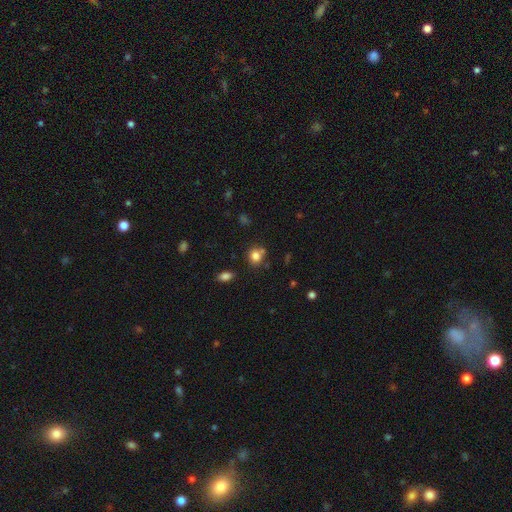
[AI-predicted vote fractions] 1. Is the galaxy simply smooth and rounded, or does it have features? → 82% smooth, 12% star or artifact, 6% featured or disk.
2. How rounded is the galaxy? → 70% round, 29% in between, 1% cigar-shaped.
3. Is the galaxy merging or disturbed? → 70% none, 13% minor disturbance, 12% merger, 4% major disturbance.